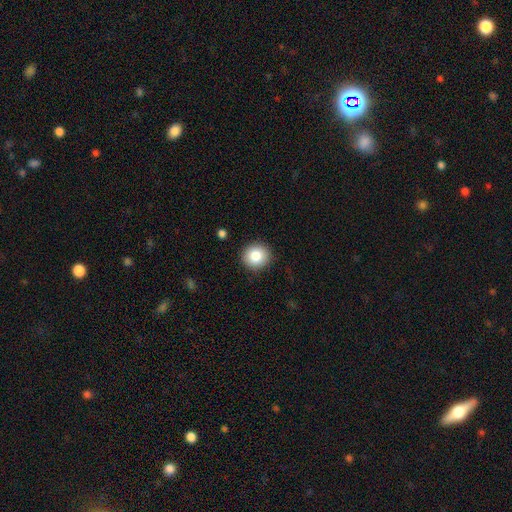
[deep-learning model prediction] smooth 84%, star or artifact 9%, featured or disk 7%. Down the decision tree: how rounded — round (86%); merging — none (90%).